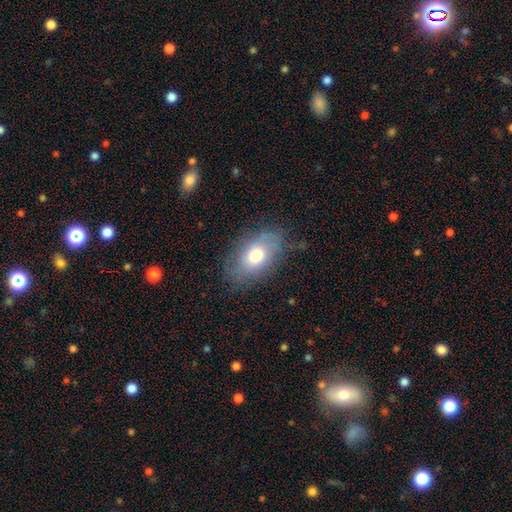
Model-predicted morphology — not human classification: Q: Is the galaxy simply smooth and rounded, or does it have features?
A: smooth — 71%.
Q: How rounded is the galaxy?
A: in between — 89%.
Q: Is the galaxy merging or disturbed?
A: none — 73%.